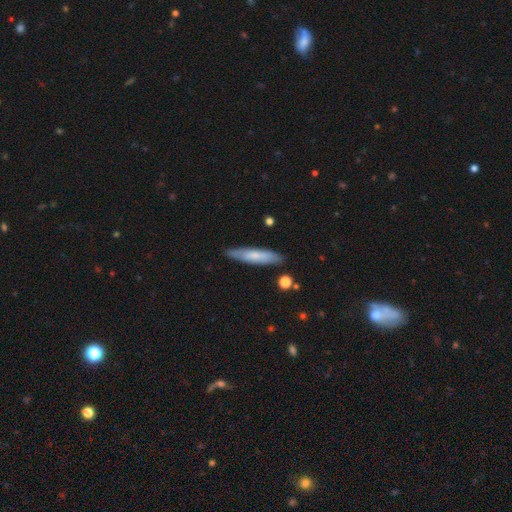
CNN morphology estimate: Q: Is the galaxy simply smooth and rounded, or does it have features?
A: smooth — 63%.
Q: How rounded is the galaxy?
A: cigar-shaped — 84%.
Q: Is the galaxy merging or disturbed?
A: none — 84%.